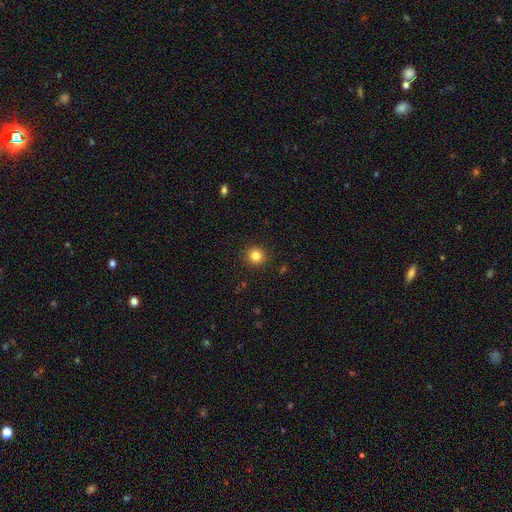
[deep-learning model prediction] Smooth or featured? Predicted: smooth (p=0.83). How rounded? Predicted: round (p=0.93). Merging? Predicted: none (p=0.91).